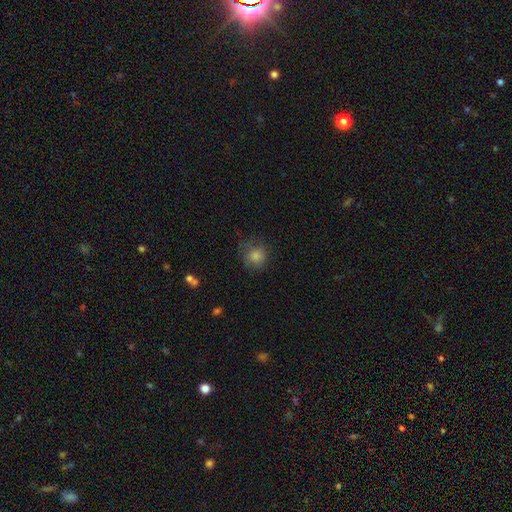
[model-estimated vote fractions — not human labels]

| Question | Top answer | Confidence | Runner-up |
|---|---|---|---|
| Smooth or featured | smooth | 75% | star or artifact (13%) |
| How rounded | round | 85% | in between (14%) |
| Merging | none | 67% | minor disturbance (21%) |